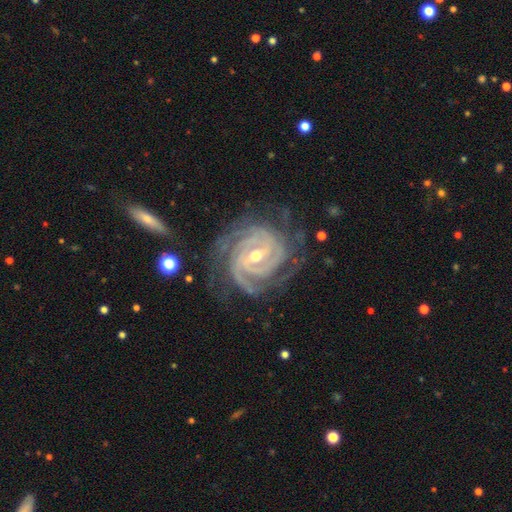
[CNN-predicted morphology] A featured or disk galaxy (93%) with a weak bar (44%), 3 (34%) tight (78%) spiral arms (99%) and a moderate central bulge (52%).

Vote fractions:
- Smooth or featured? featured or disk: 93% / star or artifact: 4% / smooth: 3%
- Edge-on disk? no: 97% / yes: 3%
- Bar? weak: 44% / strong: 39% / no: 18%
- Spiral arms? yes: 99% / no: 1%
- Spiral winding? tight: 78% / medium: 19% / loose: 2%
- Spiral arm count? 3: 34% / 4: 28% / 2: 14% / can't tell: 12% / more than 4: 7% / 1: 6%
- Bulge size? moderate: 52% / small: 45% / large: 2% / none: 1% / dominant: 1%
- Merging? none: 74% / minor disturbance: 17% / major disturbance: 7% / merger: 2%